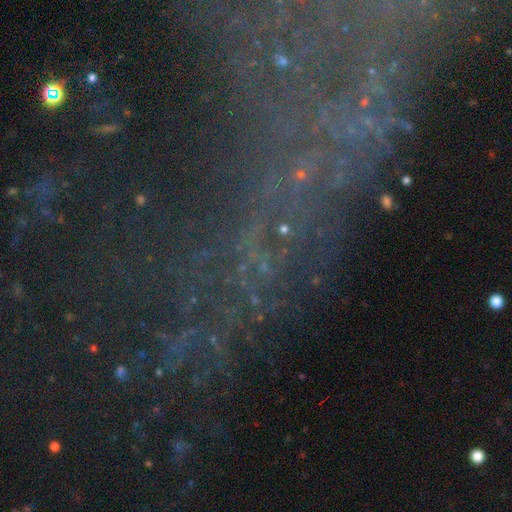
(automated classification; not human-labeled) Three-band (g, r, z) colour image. It shows a star or artifact, not a galaxy (65%).